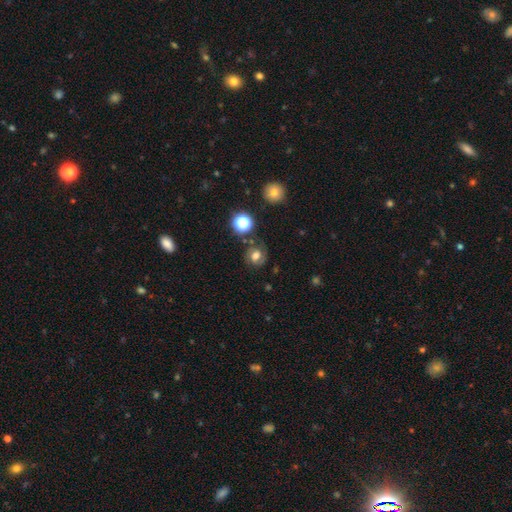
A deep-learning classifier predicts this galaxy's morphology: Q: Smooth or featured?
A: smooth (52%); runner-up: featured or disk (32%)
Q: How rounded?
A: round (78%); runner-up: in between (21%)
Q: Merging?
A: none (73%); runner-up: minor disturbance (16%)